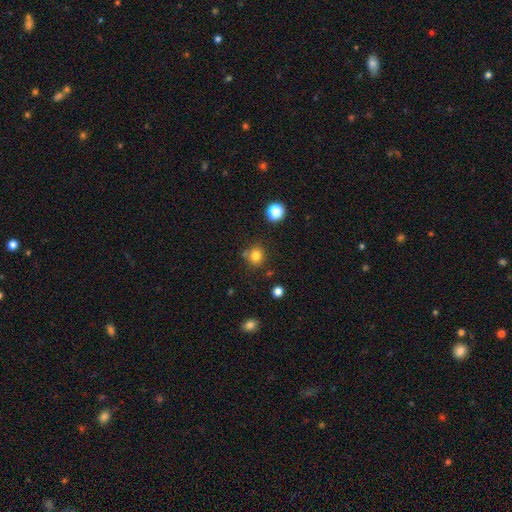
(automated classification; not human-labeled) Smooth or featured?
  - smooth: 80% *
  - star or artifact: 14%
  - featured or disk: 6%
How rounded?
  - round: 86% *
  - in between: 14%
  - cigar-shaped: 1%
Merging?
  - none: 75% *
  - minor disturbance: 11%
  - merger: 10%
  - major disturbance: 3%